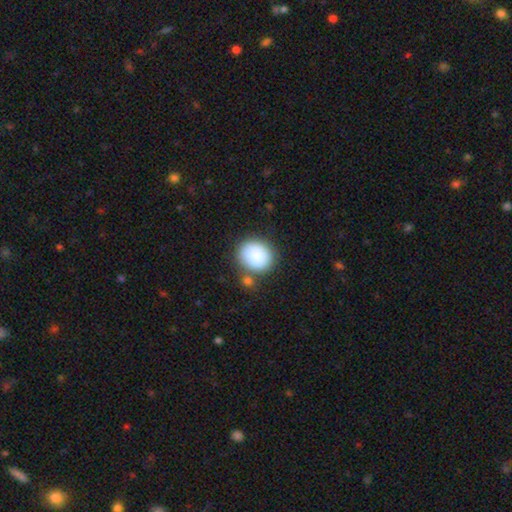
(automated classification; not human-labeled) The model was most divided on "how rounded": round: 73%, in between: 26%, cigar-shaped: 1%. More confident: smooth or featured — smooth (86%); merging — none (67%).